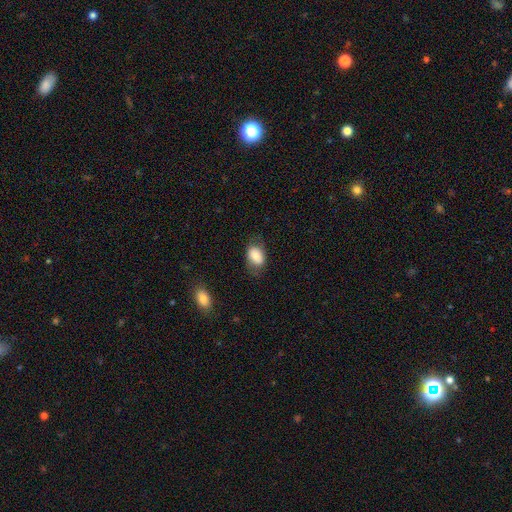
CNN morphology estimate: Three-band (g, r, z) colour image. It shows a smooth galaxy with no disk features (77%) that is in between round and cigar-shaped (79%). Merging: none (68%).